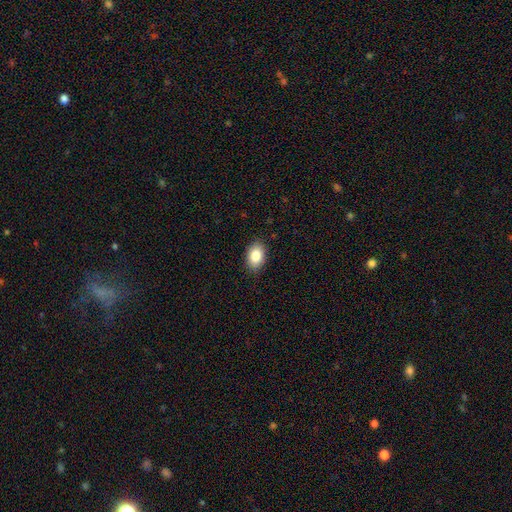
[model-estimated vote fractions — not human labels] smooth-or-featured: smooth: 84% | star or artifact: 8% | featured or disk: 8%
  how-rounded: in between: 82% | round: 17% | cigar-shaped: 1%
  merging: none: 88% | minor disturbance: 9% | major disturbance: 2% | merger: 1%